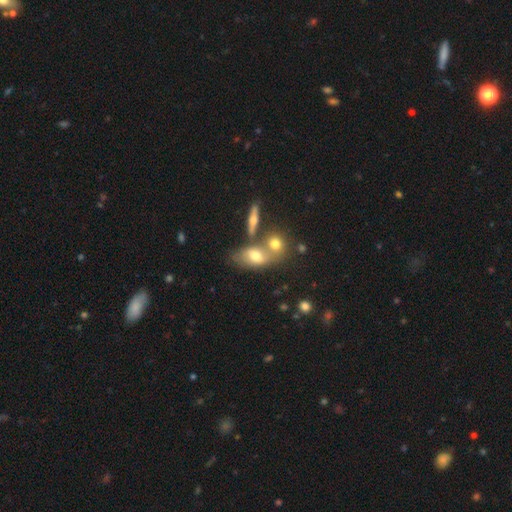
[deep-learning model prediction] Morphology: type=smooth (61%); roundness=in between (78%); merging=merger (42%).